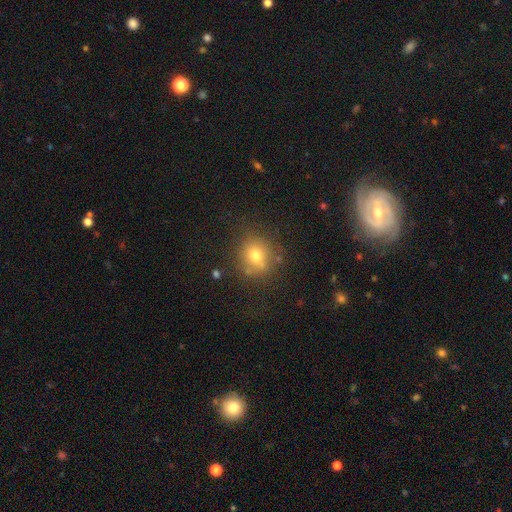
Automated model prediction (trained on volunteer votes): Smooth or featured? Predicted: smooth (p=0.69). How rounded? Predicted: round (p=0.84). Merging? Predicted: none (p=0.76).